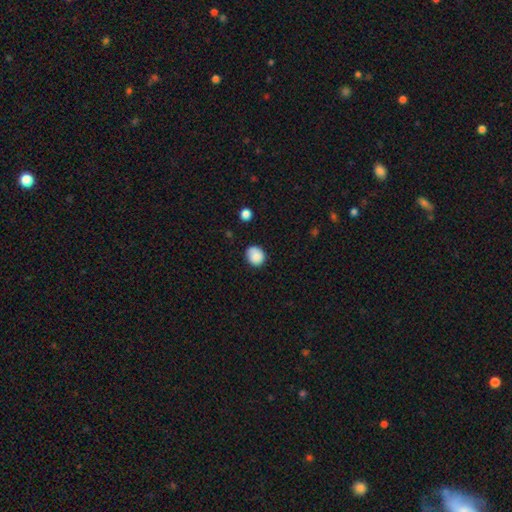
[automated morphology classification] Smooth or featured? Predicted: smooth (p=0.86). How rounded? Predicted: round (p=0.70). Merging? Predicted: none (p=0.75).